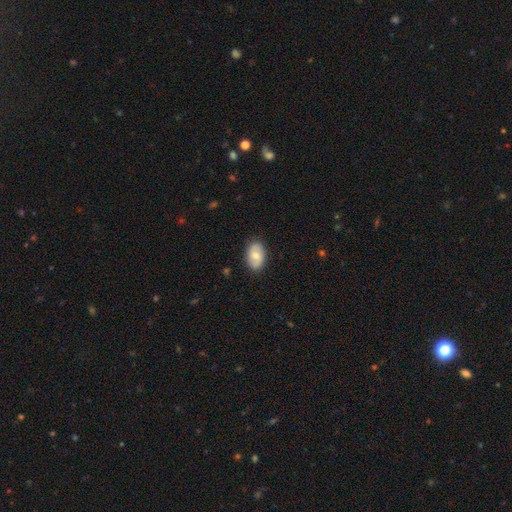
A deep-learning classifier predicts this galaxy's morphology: Smooth or featured? smooth (73%)
How rounded? in between (92%)
Merging? none (85%)